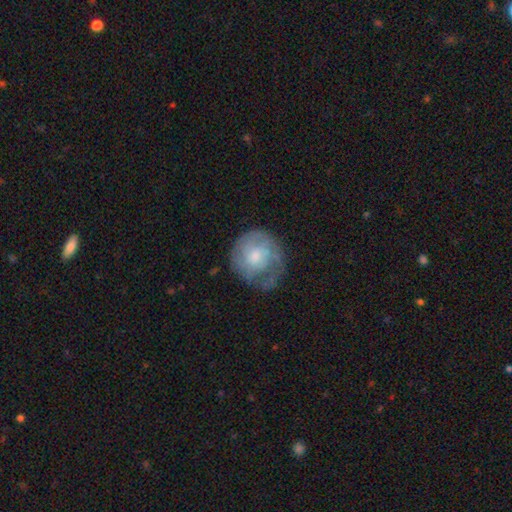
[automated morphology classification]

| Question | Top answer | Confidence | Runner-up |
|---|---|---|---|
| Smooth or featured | featured or disk | 52% | smooth (41%) |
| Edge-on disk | no | 98% | yes (2%) |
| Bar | no | 73% | weak (24%) |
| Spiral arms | yes | 71% | no (29%) |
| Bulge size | moderate | 44% | small (41%) |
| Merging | none | 55% | minor disturbance (26%) |